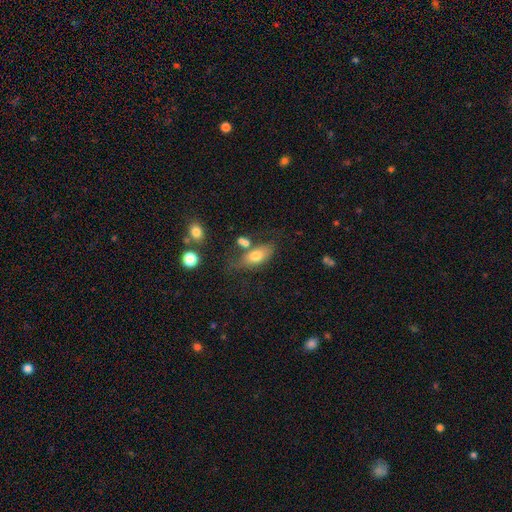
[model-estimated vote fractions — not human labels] smooth 72%, featured or disk 19%, star or artifact 8%. Down the decision tree: how rounded — in between (84%); merging — none (53%).